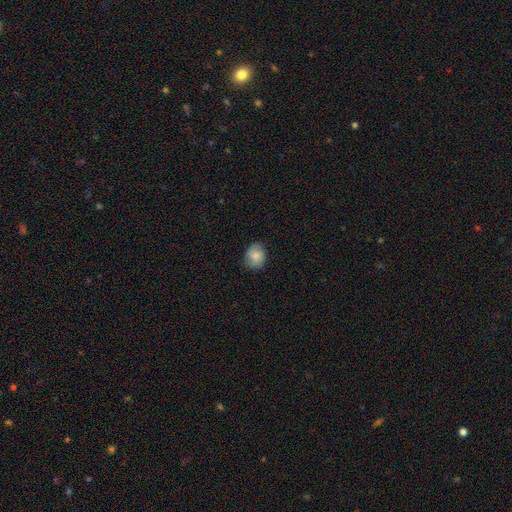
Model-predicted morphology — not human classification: Smooth or featured? smooth (79%)
How rounded? round (56%)
Merging? none (77%)